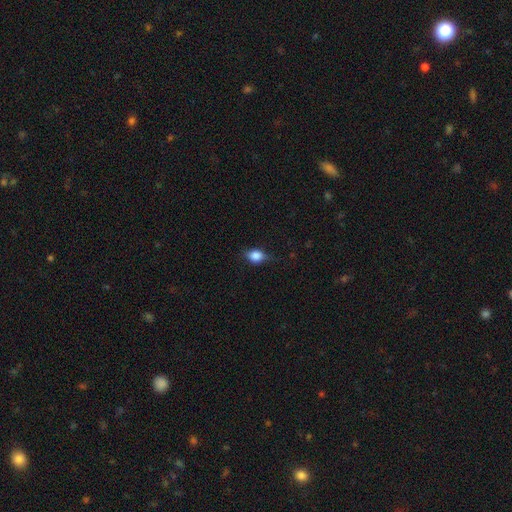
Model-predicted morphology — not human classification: Smooth or featured? Predicted: smooth (p=0.79). How rounded? Predicted: in between (p=0.59). Merging? Predicted: none (p=0.67).